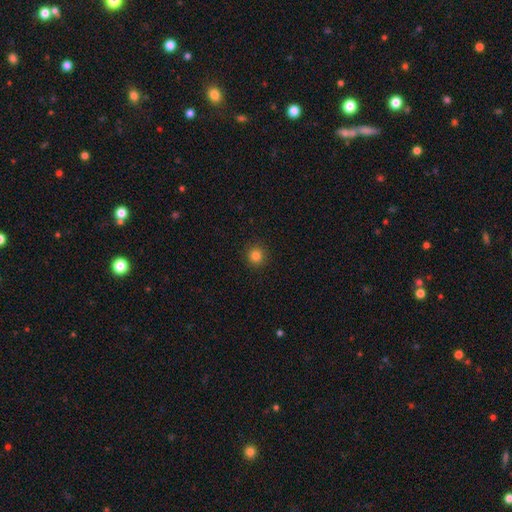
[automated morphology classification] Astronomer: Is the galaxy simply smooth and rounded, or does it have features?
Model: smooth — 83%.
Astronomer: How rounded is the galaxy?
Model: round — 93%.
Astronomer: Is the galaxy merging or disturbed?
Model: none — 92%.